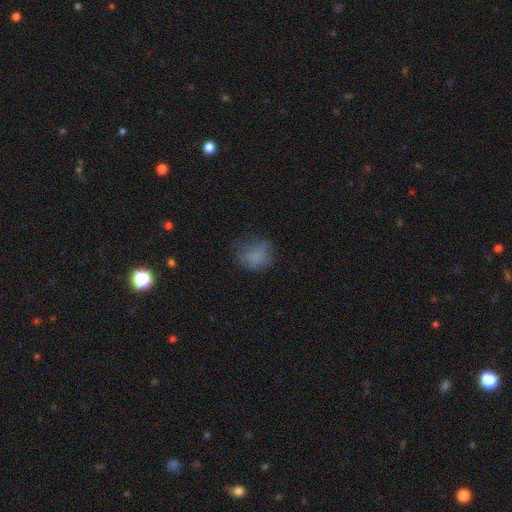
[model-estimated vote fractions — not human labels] Morphology: type=smooth (71%); roundness=round (60%); merging=none (52%).